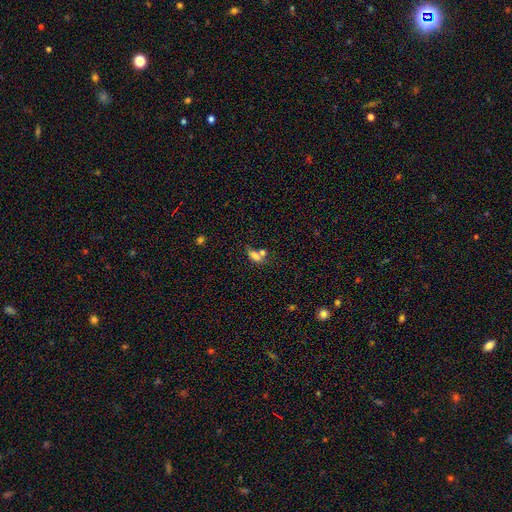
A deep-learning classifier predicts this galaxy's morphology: The model was most divided on "merging": merger: 46%, none: 32%, minor disturbance: 13%, major disturbance: 9%. More confident: how rounded — in between (74%); smooth or featured — smooth (69%).